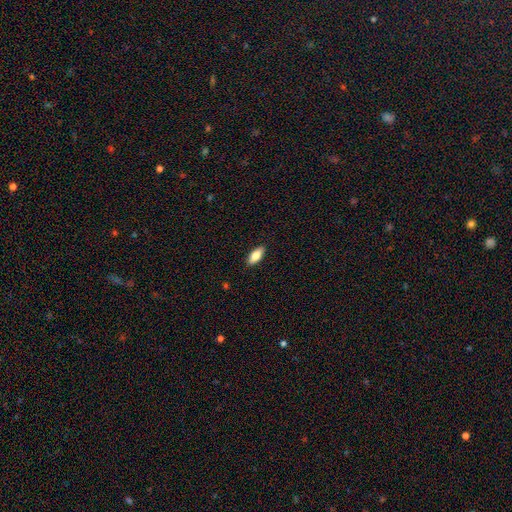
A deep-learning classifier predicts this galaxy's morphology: This appears to be a smooth galaxy with no disk features (79%) that is in between round and cigar-shaped (83%). Merging: none (89%).